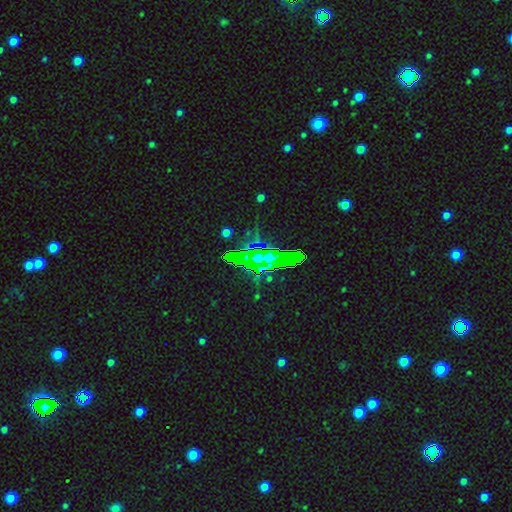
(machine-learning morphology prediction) smooth_or_featured: star or artifact (p=0.76) [alt: smooth p=0.13]